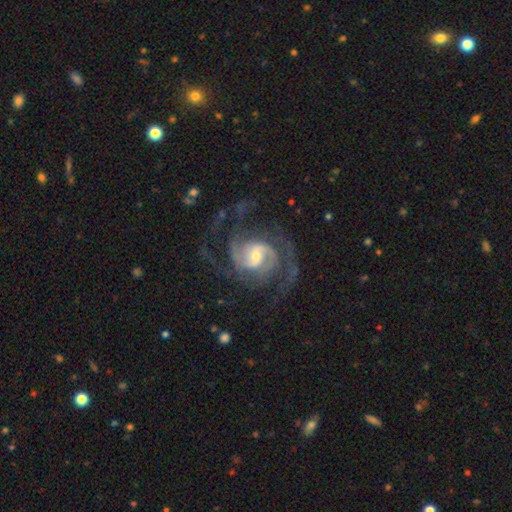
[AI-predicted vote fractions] Overall: featured or disk (92%). Edge-on disk: no (98%). Bar: weak (46%; no 36%). Spiral arms: yes (98%). Spiral arm count: 2 (53%; 3 20%). Spiral winding: medium (50%; tight 34%). Bulge size: small (51%; moderate 42%). Merging: none (67%).